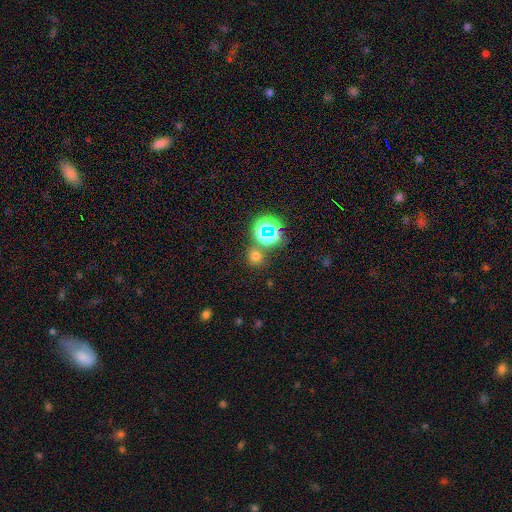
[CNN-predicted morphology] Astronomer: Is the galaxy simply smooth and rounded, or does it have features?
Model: smooth — 61%.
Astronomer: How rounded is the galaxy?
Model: round — 84%.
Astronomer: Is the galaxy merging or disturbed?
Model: none — 75%.